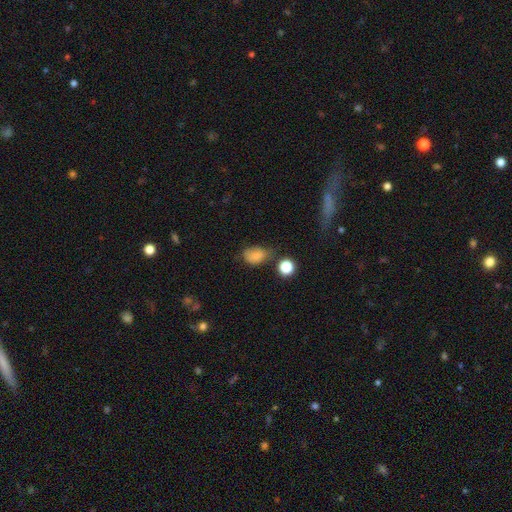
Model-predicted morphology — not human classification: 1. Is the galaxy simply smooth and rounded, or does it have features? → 79% smooth, 13% star or artifact, 8% featured or disk.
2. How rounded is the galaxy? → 73% in between, 25% round, 2% cigar-shaped.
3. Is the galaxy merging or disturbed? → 47% none, 32% minor disturbance, 13% major disturbance, 8% merger.